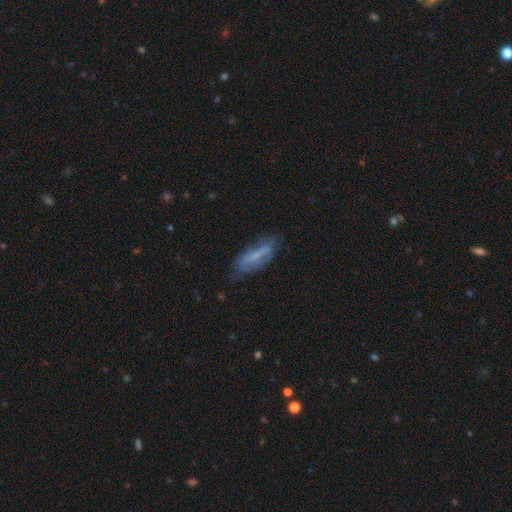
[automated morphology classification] Smooth or featured: featured or disk — 46% (smooth — 44%)
Merging: none — 61% (minor disturbance — 26%)